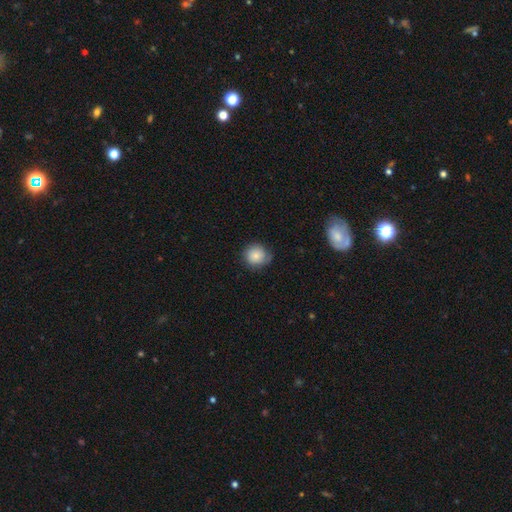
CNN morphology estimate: smooth_or_featured: smooth (p=0.82) [alt: star or artifact p=0.09]
how_rounded: round (p=0.88) [alt: in between p=0.11]
merging: none (p=0.72) [alt: minor disturbance p=0.22]